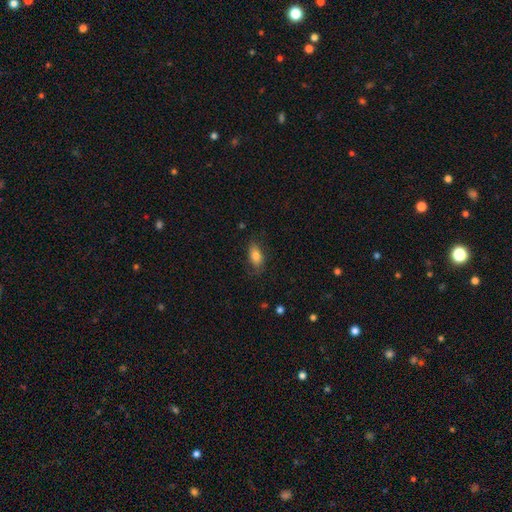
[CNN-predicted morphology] Overall: smooth (80%). How rounded: in between (86%). Merging: none (70%).